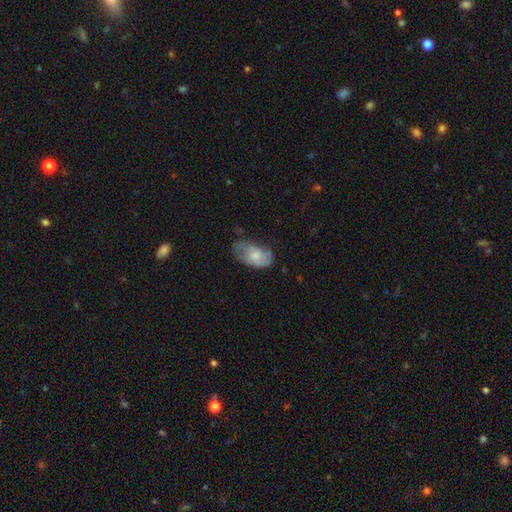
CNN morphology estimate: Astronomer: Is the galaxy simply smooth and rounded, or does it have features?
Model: smooth — 52% (runner-up: featured or disk, 42%).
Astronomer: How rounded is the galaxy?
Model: in between — 92%.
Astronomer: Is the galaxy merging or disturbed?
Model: none — 49% (runner-up: minor disturbance, 35%).